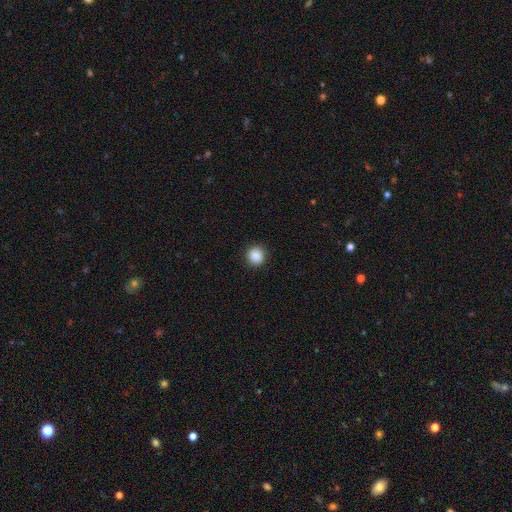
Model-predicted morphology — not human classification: smooth 87%, star or artifact 9%, featured or disk 3%. Down the decision tree: how rounded — round (91%); merging — none (92%).